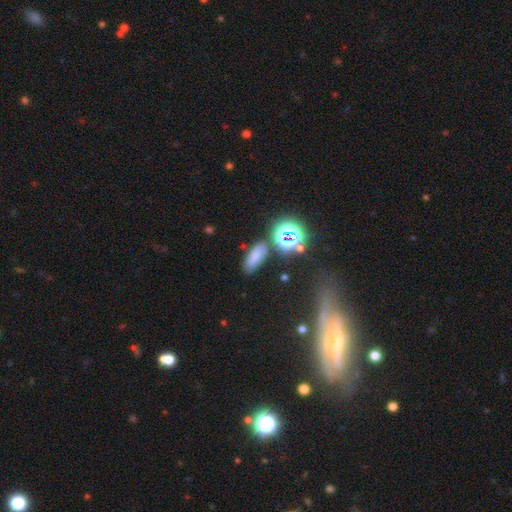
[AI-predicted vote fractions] Q: Smooth or featured?
A: smooth (63%); runner-up: star or artifact (25%)
Q: How rounded?
A: in between (77%); runner-up: cigar-shaped (12%)
Q: Merging?
A: none (75%); runner-up: minor disturbance (13%)